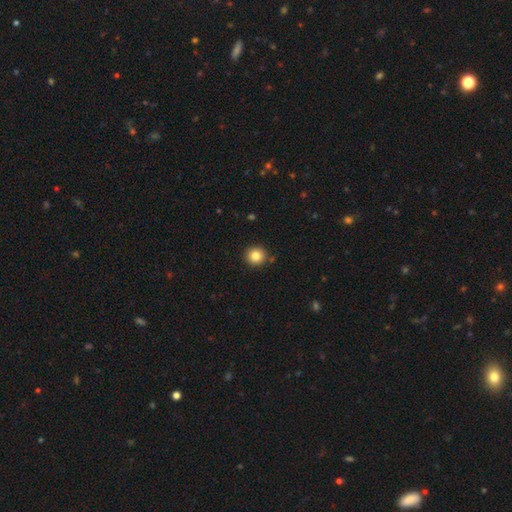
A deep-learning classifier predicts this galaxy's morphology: The model was most divided on "smooth or featured": smooth: 82%, star or artifact: 11%, featured or disk: 7%. More confident: how rounded — round (92%); merging — none (89%).